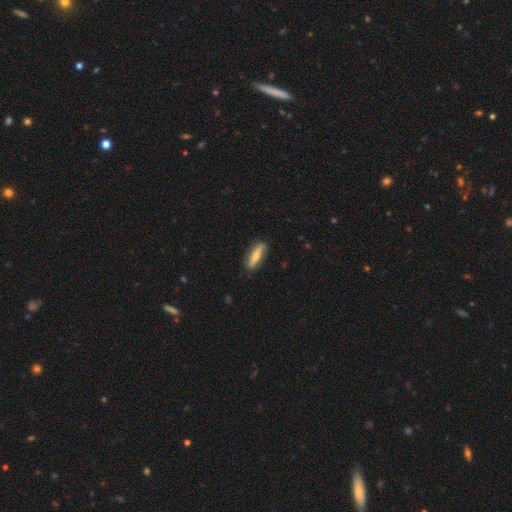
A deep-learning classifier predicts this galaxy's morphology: Overall: featured or disk (50%; smooth 44%). Merging: none (82%).